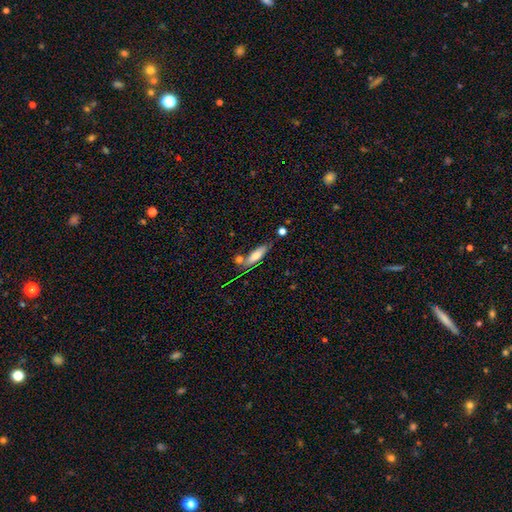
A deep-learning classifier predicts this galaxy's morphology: smooth-or-featured: smooth: 68% | featured or disk: 25% | star or artifact: 7%
  how-rounded: cigar-shaped: 53% | in between: 45% | round: 2%
  merging: none: 63% | minor disturbance: 17% | merger: 15% | major disturbance: 5%